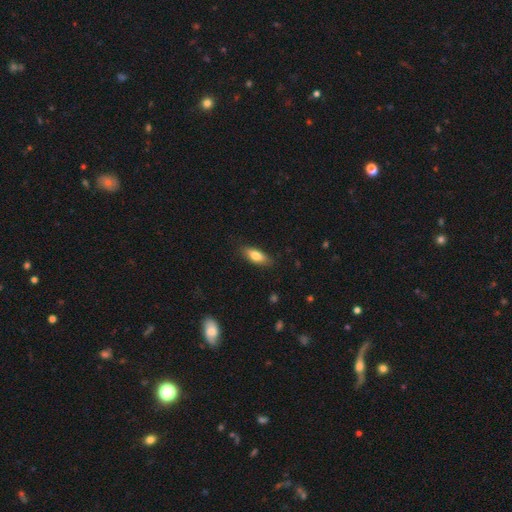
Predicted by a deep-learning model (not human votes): Morphology: type=smooth (77%); roundness=in between (72%); merging=none (83%).